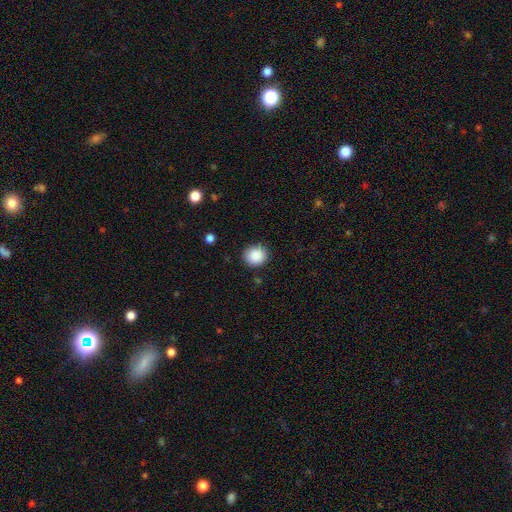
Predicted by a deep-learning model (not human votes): This is clearly a smooth galaxy (89%). How rounded: clearly round (84%). Merging: clearly none (88%).